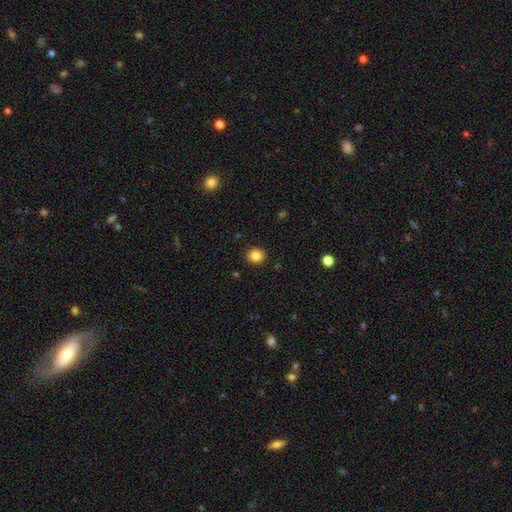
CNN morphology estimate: A smooth galaxy with no disk features (84%) that is round (81%). Merging: none (91%).